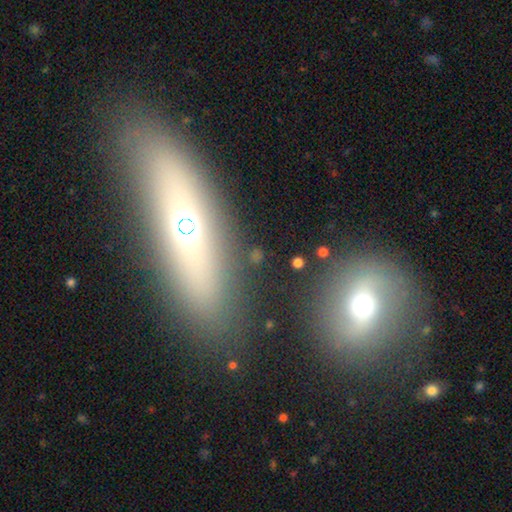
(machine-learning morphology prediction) Overall: smooth (45%; star or artifact 36%). Merging: none (85%).